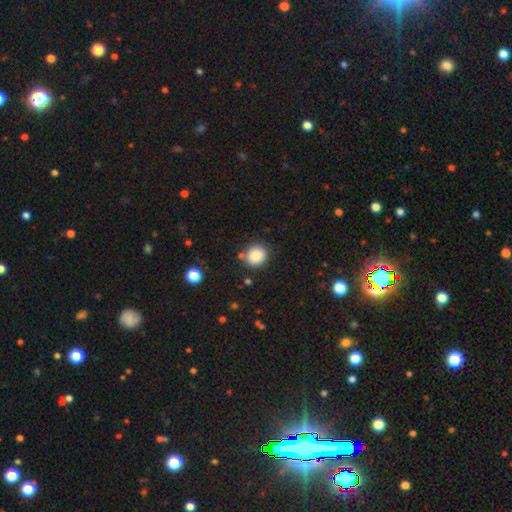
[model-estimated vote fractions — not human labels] Smooth or featured? smooth (87%)
How rounded? round (84%)
Merging? none (84%)